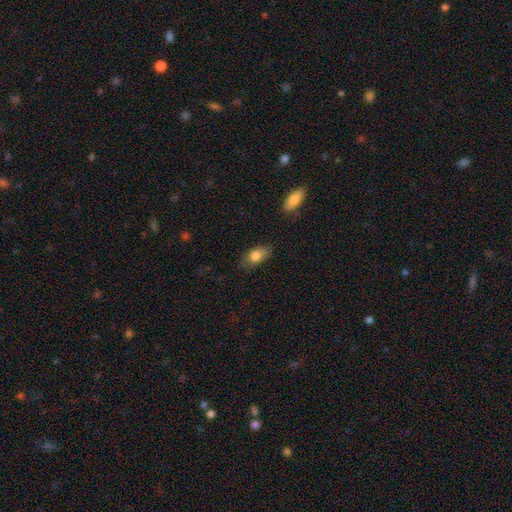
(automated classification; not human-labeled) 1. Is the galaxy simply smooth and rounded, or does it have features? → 79% smooth, 14% featured or disk, 8% star or artifact.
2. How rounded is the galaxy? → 86% in between, 8% round, 6% cigar-shaped.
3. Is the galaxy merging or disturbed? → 72% none, 22% minor disturbance, 5% major disturbance, 2% merger.